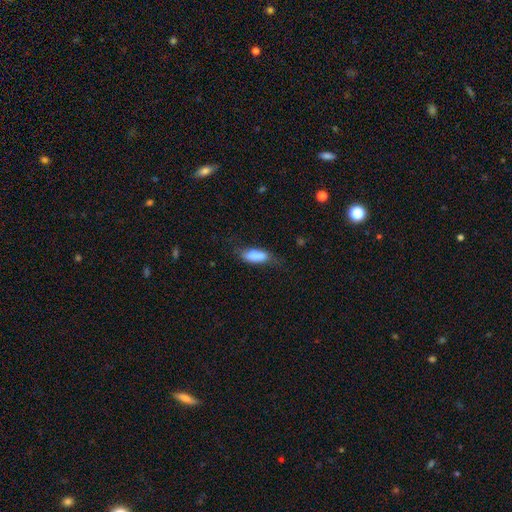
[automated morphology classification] The model was most divided on "merging": none: 48%, minor disturbance: 33%, major disturbance: 17%, merger: 3%. More confident: smooth or featured — smooth (80%); how rounded — in between (73%).